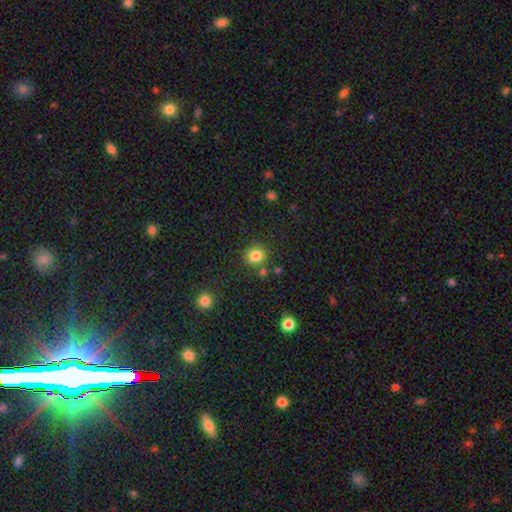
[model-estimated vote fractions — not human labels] Smooth or featured?
  - smooth: 83% *
  - star or artifact: 12%
  - featured or disk: 5%
How rounded?
  - round: 82% *
  - in between: 17%
  - cigar-shaped: 1%
Merging?
  - none: 81% *
  - minor disturbance: 9%
  - merger: 7%
  - major disturbance: 3%